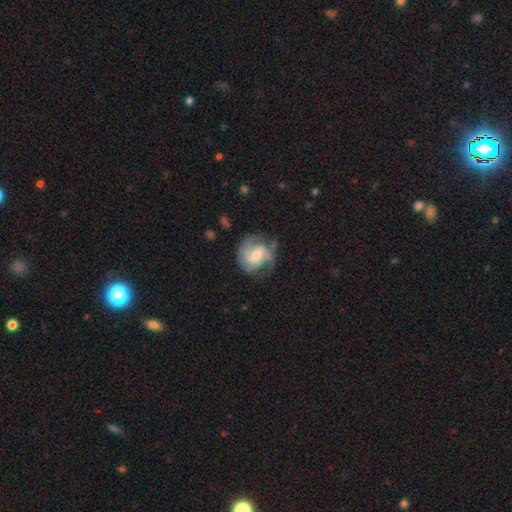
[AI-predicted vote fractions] featured or disk 78%, smooth 16%, star or artifact 6%. Down the decision tree: edge-on disk — no (98%); bar — weak (51%); spiral arms — yes (93%); spiral arm count — 2 (51%); spiral winding — medium (46%); bulge size — moderate (58%); merging — none (61%).